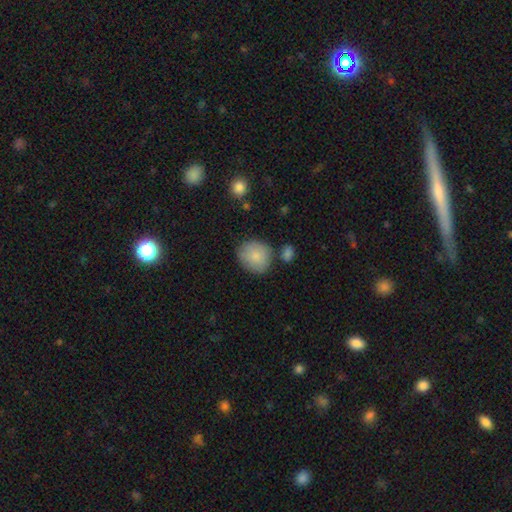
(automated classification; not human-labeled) smooth 84%, featured or disk 10%, star or artifact 6%. Down the decision tree: how rounded — round (79%); merging — none (71%).